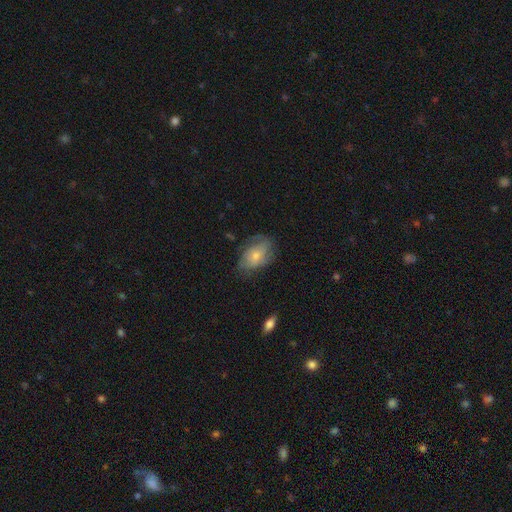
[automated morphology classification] A smooth galaxy with no disk features (60%) that is in between round and cigar-shaped (84%). Merging: none (56%).